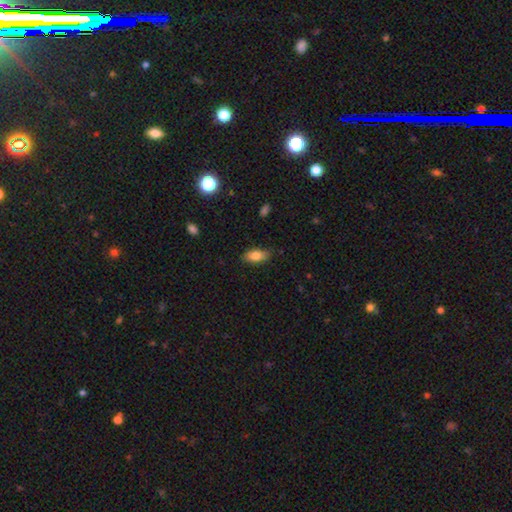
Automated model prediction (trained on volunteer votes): This appears to be a smooth galaxy with no disk features (83%) that is in between round and cigar-shaped (87%). Merging: none (83%).